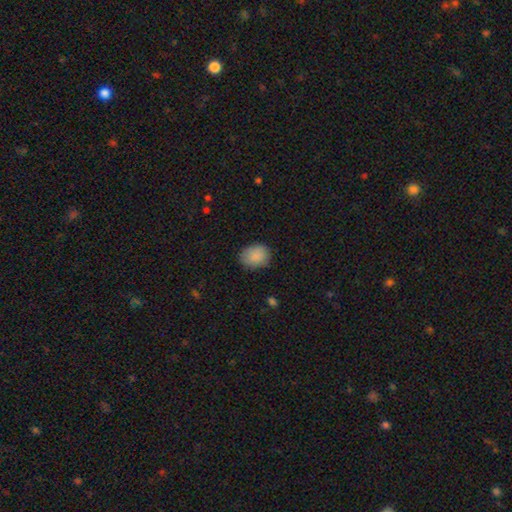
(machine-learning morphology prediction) The model was most divided on "how rounded": in between: 58%, round: 41%, cigar-shaped: 1%. More confident: smooth or featured — smooth (88%); merging — none (80%).